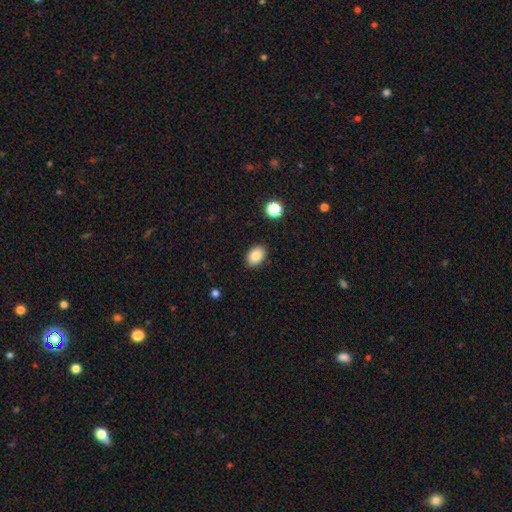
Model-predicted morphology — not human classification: A smooth galaxy with no disk features (86%) that is in between round and cigar-shaped (80%).

Vote fractions:
- Smooth or featured? smooth: 86% / star or artifact: 9% / featured or disk: 5%
- How rounded? in between: 80% / round: 19% / cigar-shaped: 1%
- Merging? none: 88% / minor disturbance: 8% / major disturbance: 2% / merger: 1%